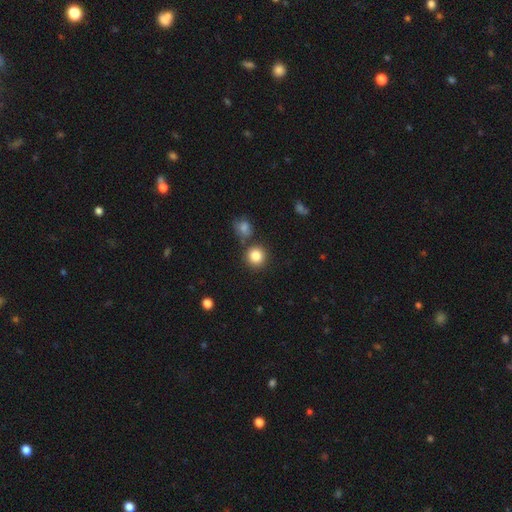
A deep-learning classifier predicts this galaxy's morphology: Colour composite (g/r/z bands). It shows a smooth galaxy with no disk features (85%) that is round (90%). Merging: none (78%).